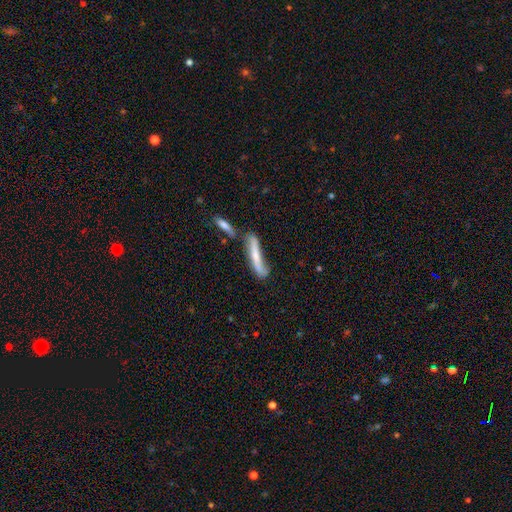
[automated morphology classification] smooth-or-featured: smooth: 53% | featured or disk: 41% | star or artifact: 6%
  how-rounded: cigar-shaped: 87% | in between: 11% | round: 2%
  merging: none: 45% | minor disturbance: 25% | merger: 18% | major disturbance: 12%